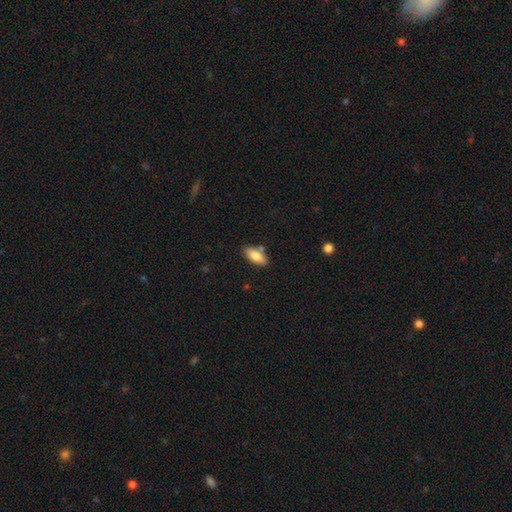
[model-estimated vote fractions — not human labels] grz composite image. It shows a smooth galaxy with no disk features (81%) that is in between round and cigar-shaped (81%). Merging: none (78%).